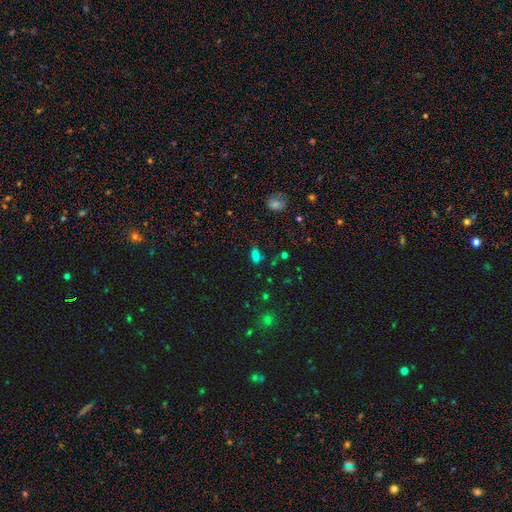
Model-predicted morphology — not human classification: smooth-or-featured: smooth: 69% | star or artifact: 24% | featured or disk: 7%
  how-rounded: in between: 85% | round: 8% | cigar-shaped: 7%
  merging: none: 66% | minor disturbance: 20% | major disturbance: 8% | merger: 6%